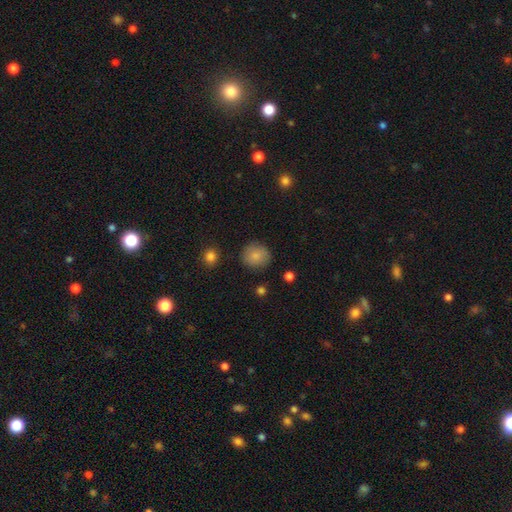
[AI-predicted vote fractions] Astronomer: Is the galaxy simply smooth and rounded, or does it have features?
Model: smooth — 86%.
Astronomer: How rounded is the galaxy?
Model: round — 88%.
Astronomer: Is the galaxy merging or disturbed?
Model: none — 87%.